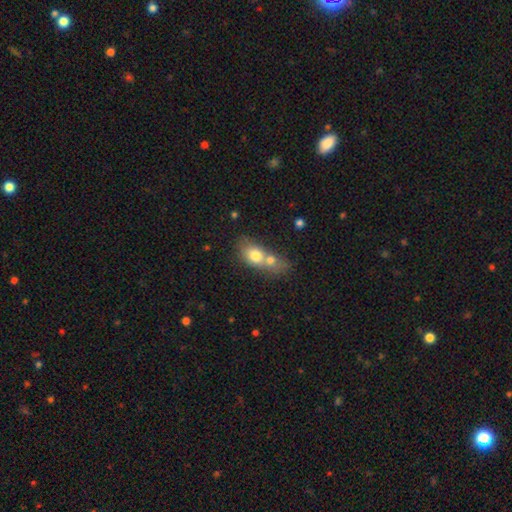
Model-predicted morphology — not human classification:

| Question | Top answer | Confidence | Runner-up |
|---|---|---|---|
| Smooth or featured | smooth | 72% | featured or disk (20%) |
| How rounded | in between | 71% | round (24%) |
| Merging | merger | 64% | none (22%) |